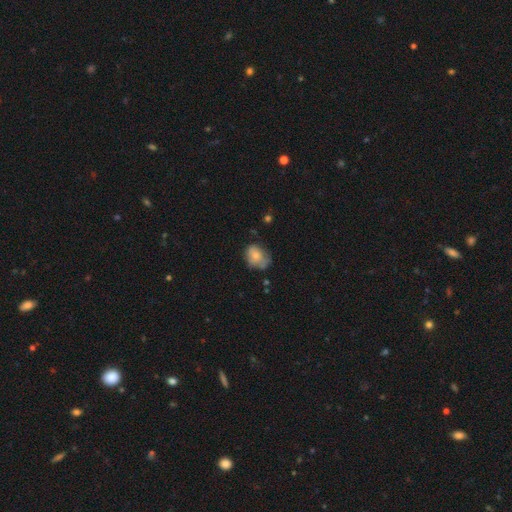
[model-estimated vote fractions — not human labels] Smooth or featured? Predicted: smooth (p=0.68). How rounded? Predicted: in between (p=0.57). Merging? Predicted: none (p=0.44).